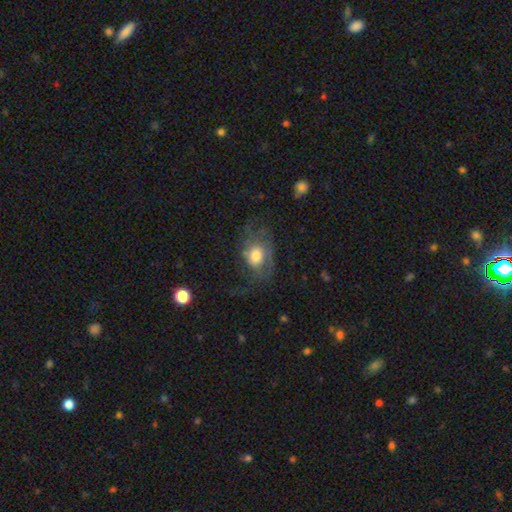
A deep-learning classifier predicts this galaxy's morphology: type=featured or disk (50%); merging=none (40%).